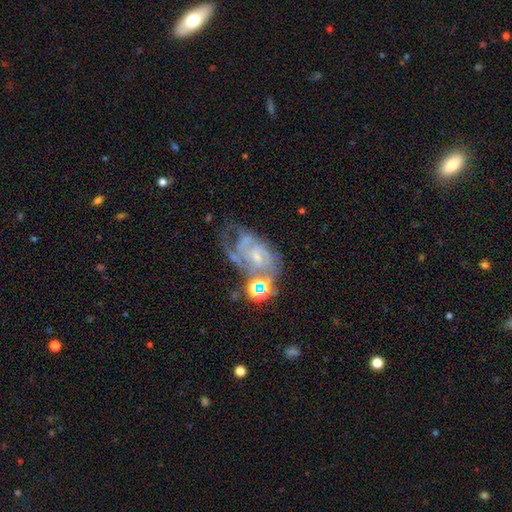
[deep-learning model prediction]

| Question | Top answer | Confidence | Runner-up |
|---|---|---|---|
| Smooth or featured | featured or disk | 76% | star or artifact (13%) |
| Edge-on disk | no | 97% | yes (3%) |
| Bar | no | 62% | weak (32%) |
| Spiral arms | yes | 80% | no (20%) |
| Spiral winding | tight | 45% | medium (39%) |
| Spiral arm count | can't tell | 45% | 2 (23%) |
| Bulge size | small | 62% | moderate (21%) |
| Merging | major disturbance | 33% | none (30%) |